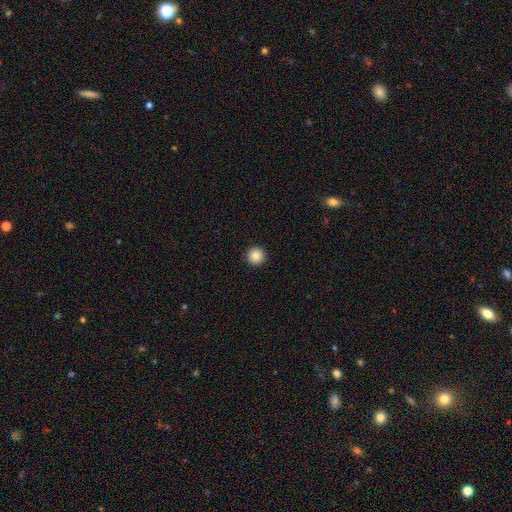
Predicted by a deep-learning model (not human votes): This is clearly a smooth galaxy (87%). How rounded: clearly round (96%). Merging: clearly none (94%).